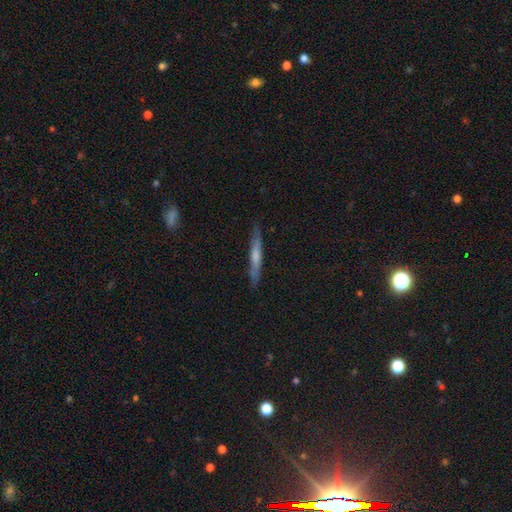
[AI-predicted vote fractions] Smooth or featured? Predicted: smooth (p=0.49). Merging? Predicted: none (p=0.86).